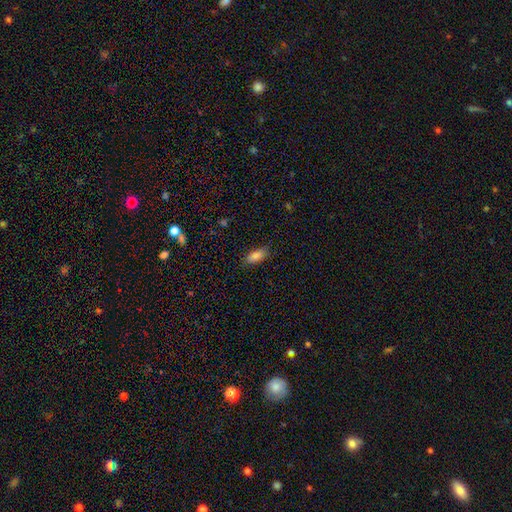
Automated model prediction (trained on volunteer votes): smooth-or-featured: smooth: 84% | featured or disk: 9% | star or artifact: 8%
  how-rounded: in between: 84% | cigar-shaped: 14% | round: 2%
  merging: none: 83% | minor disturbance: 13% | major disturbance: 3% | merger: 1%